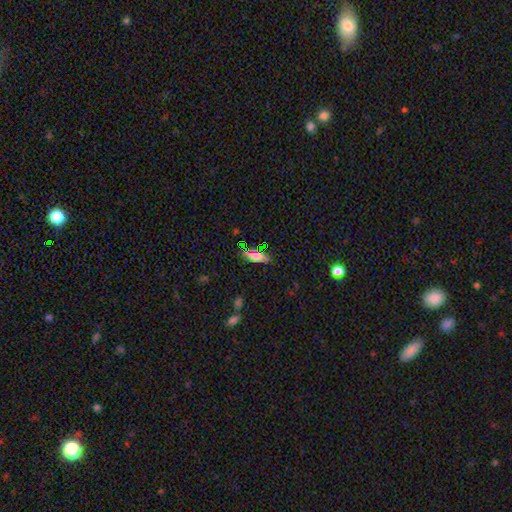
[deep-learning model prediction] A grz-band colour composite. It shows a smooth galaxy with no disk features (59%) that is in between round and cigar-shaped (60%). Merging: none (82%).